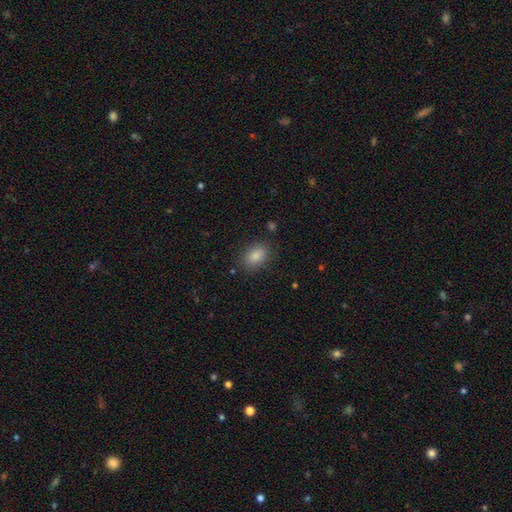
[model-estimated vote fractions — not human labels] Morphology: type=smooth (85%); roundness=in between (82%); merging=none (83%).